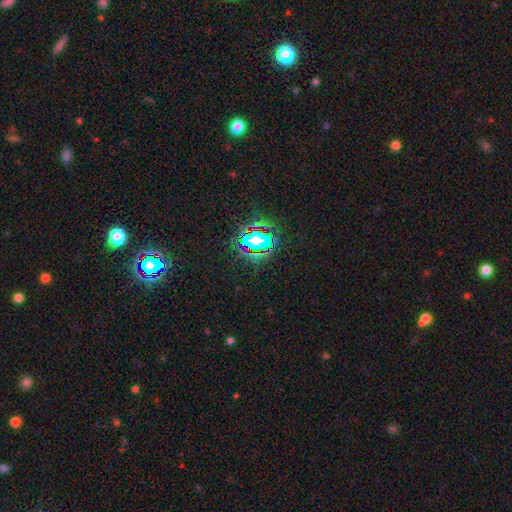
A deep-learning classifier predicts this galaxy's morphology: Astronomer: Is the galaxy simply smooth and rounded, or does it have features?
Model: star or artifact — 80%.